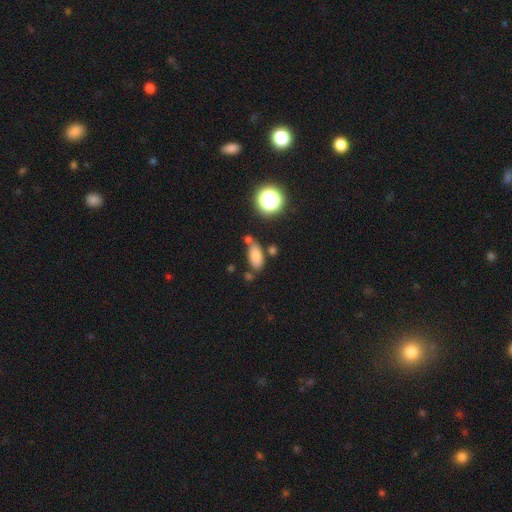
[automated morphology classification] smooth-or-featured: smooth: 76% | star or artifact: 14% | featured or disk: 11%
  how-rounded: in between: 86% | round: 7% | cigar-shaped: 7%
  merging: none: 67% | minor disturbance: 16% | merger: 12% | major disturbance: 5%